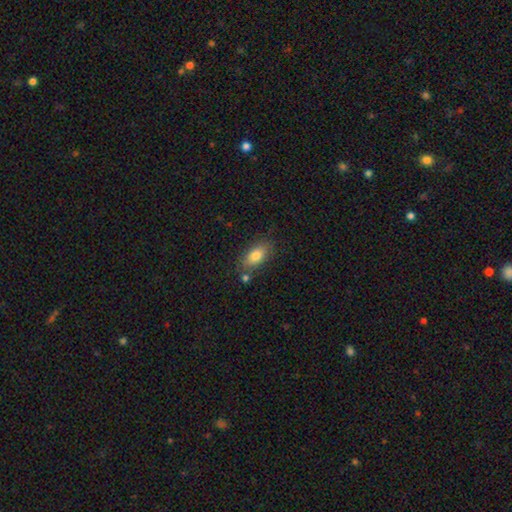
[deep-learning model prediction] Q: Smooth or featured?
A: smooth (80%); runner-up: featured or disk (12%)
Q: How rounded?
A: in between (88%); runner-up: cigar-shaped (7%)
Q: Merging?
A: none (76%); runner-up: minor disturbance (14%)